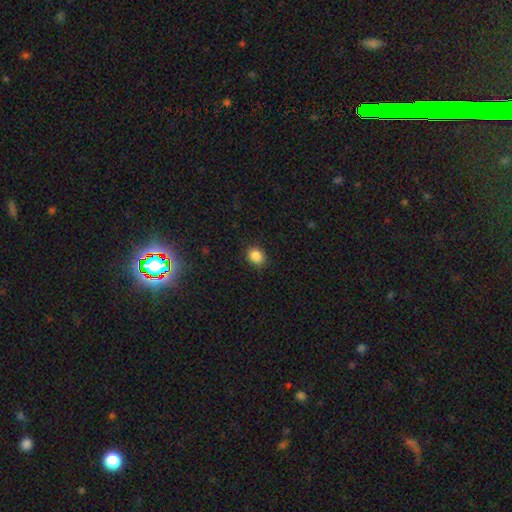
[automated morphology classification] This is clearly a smooth galaxy (86%). How rounded: possibly round (57%). Merging: clearly none (86%).